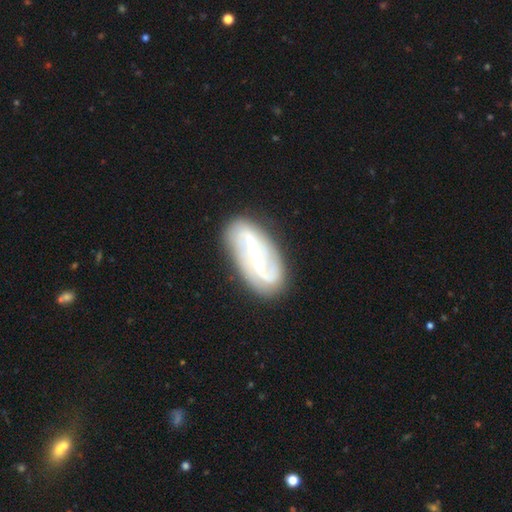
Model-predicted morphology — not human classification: This appears to be a featured or disk galaxy (82%) with a strong bar (76%), 2 (82%) loose (44%) spiral arms (81%) and a small central bulge (60%). Merging: none (81%).